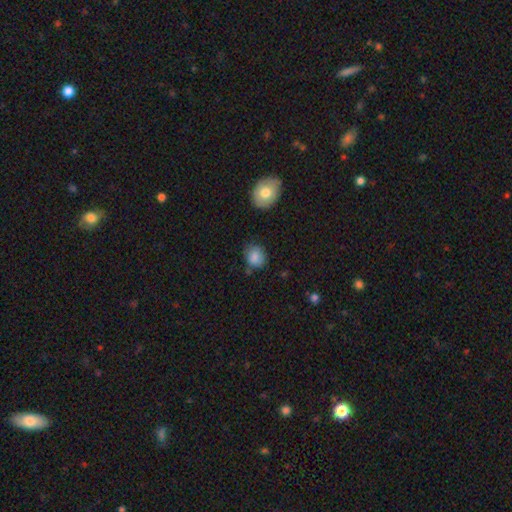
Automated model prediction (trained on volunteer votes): This is clearly a smooth galaxy (84%). How rounded: likely round (62%). Merging: likely none (72%).